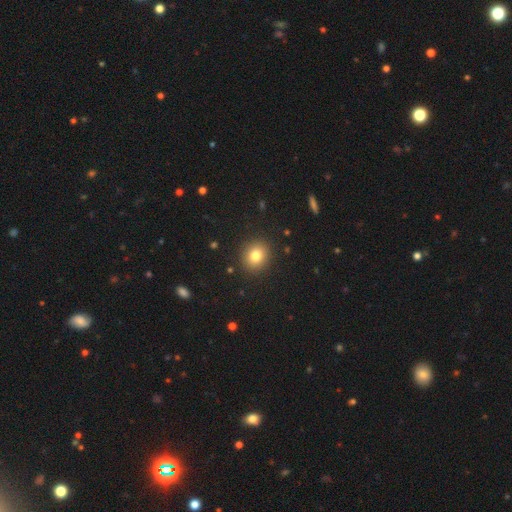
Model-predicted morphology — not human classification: smooth 80%, star or artifact 12%, featured or disk 8%. Down the decision tree: how rounded — round (79%); merging — none (90%).